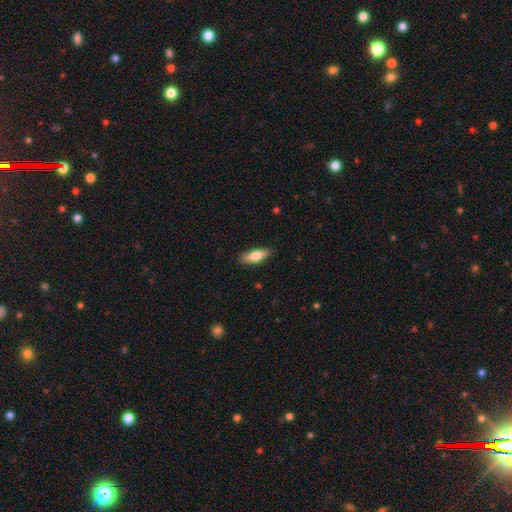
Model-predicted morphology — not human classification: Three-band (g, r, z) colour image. It shows a smooth galaxy with no disk features (70%) that is in between round and cigar-shaped (62%). Merging: none (87%).